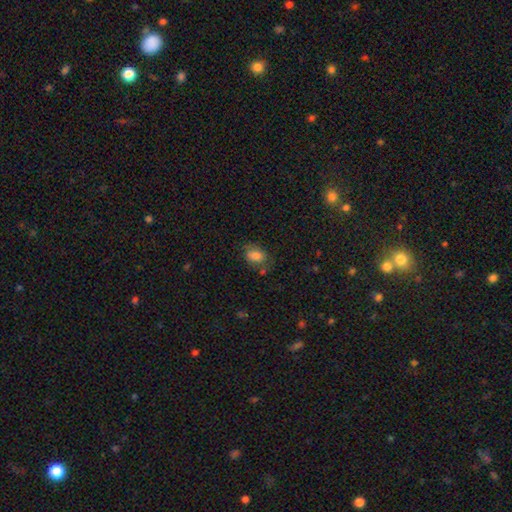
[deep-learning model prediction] A smooth galaxy with no disk features (76%) that is in between round and cigar-shaped (76%).

Vote fractions:
- Smooth or featured? smooth: 76% / featured or disk: 14% / star or artifact: 10%
- How rounded? in between: 76% / round: 23% / cigar-shaped: 2%
- Merging? none: 62% / minor disturbance: 24% / major disturbance: 8% / merger: 7%